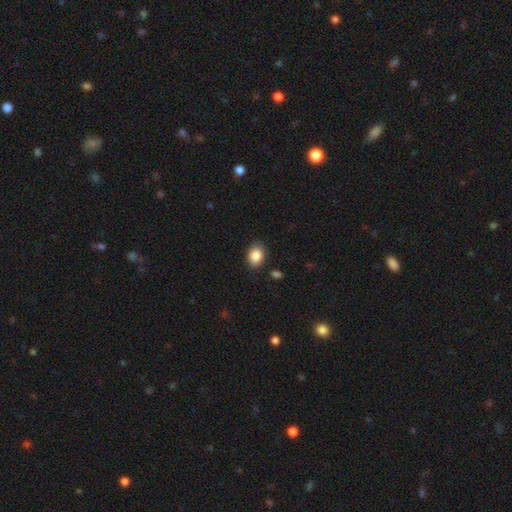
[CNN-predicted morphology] Smooth or featured: smooth — 87% (star or artifact — 8%)
How rounded: in between — 71% (round — 28%)
Merging: none — 85% (minor disturbance — 11%)